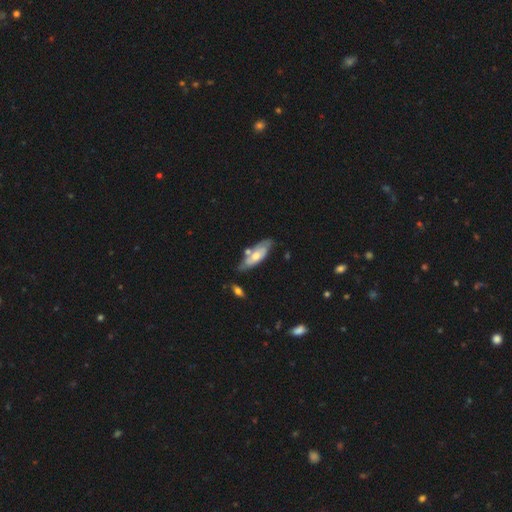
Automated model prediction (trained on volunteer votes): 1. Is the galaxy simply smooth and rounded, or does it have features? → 54% featured or disk, 41% smooth, 6% star or artifact.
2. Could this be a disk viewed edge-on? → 74% no, 26% yes.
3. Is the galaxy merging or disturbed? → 61% none, 21% minor disturbance, 12% merger, 6% major disturbance.